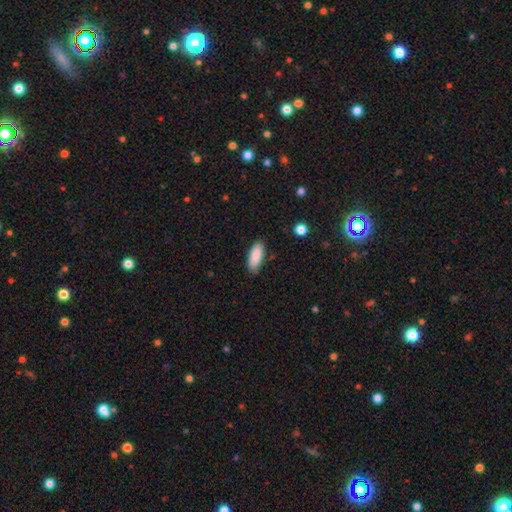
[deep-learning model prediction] Smooth or featured?
  - smooth: 89% *
  - star or artifact: 6%
  - featured or disk: 5%
How rounded?
  - in between: 78% *
  - cigar-shaped: 20%
  - round: 2%
Merging?
  - none: 85% *
  - minor disturbance: 11%
  - major disturbance: 2%
  - merger: 1%